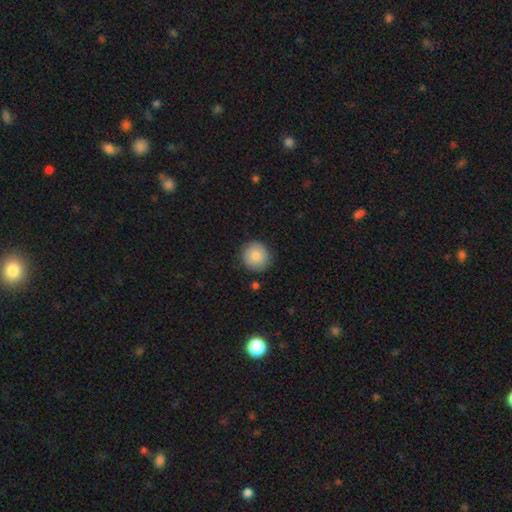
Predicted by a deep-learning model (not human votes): Q: Smooth or featured?
A: smooth (85%); runner-up: featured or disk (7%)
Q: How rounded?
A: round (94%); runner-up: in between (5%)
Q: Merging?
A: none (89%); runner-up: minor disturbance (8%)